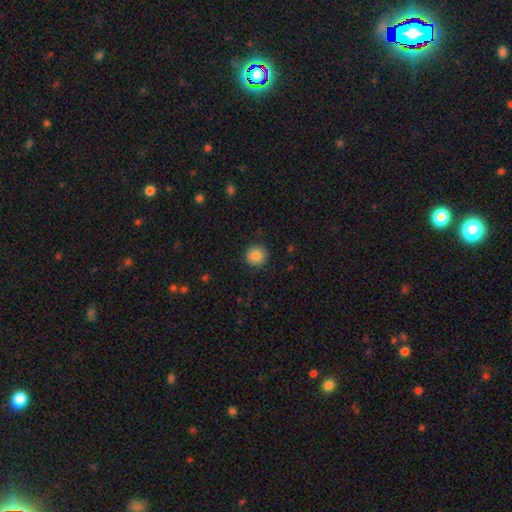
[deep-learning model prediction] Smooth or featured: smooth — 86% (star or artifact — 9%)
How rounded: round — 92% (in between — 8%)
Merging: none — 89% (minor disturbance — 7%)